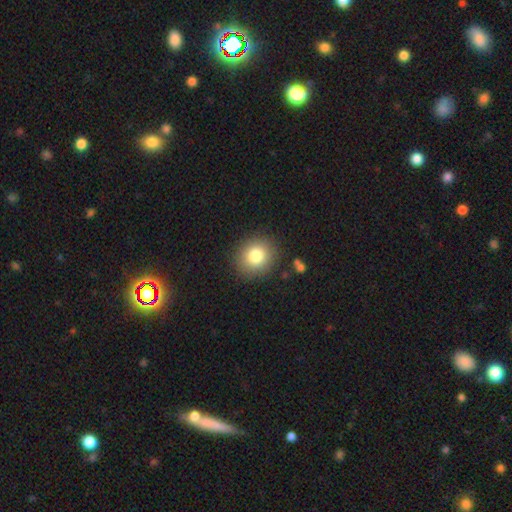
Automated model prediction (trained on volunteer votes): The model was most divided on "how rounded": round: 79%, in between: 20%, cigar-shaped: 1%. More confident: merging — none (87%); smooth or featured — smooth (81%).